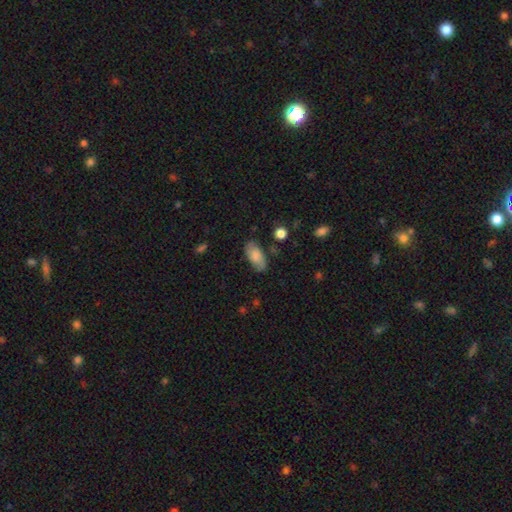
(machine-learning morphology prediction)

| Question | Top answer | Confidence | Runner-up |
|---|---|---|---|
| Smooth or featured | smooth | 72% | featured or disk (20%) |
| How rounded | in between | 91% | cigar-shaped (6%) |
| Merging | none | 75% | minor disturbance (18%) |